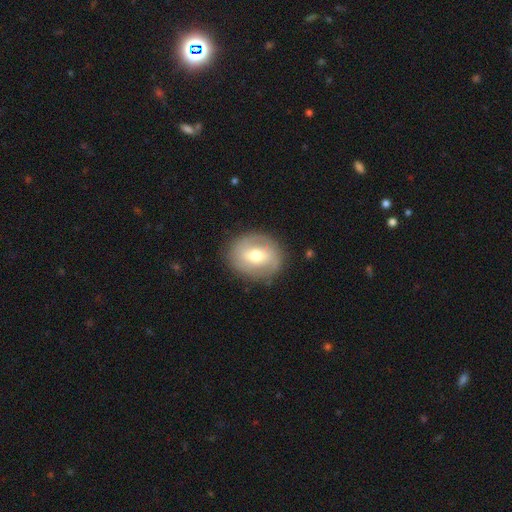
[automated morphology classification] The model was most divided on "bar": weak: 43%, no: 35%, strong: 23%. More confident: edge-on disk — no (95%); merging — none (83%); bulge size — moderate (71%); spiral arms — yes (60%); smooth or featured — featured or disk (55%).